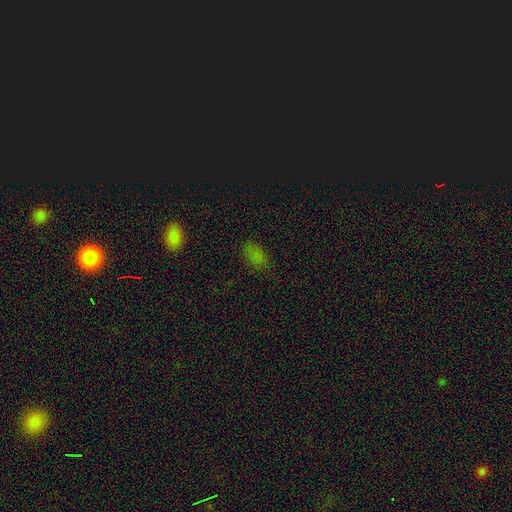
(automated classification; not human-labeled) Q: Smooth or featured?
A: smooth (77%); runner-up: star or artifact (18%)
Q: How rounded?
A: in between (90%); runner-up: round (7%)
Q: Merging?
A: none (79%); runner-up: minor disturbance (15%)